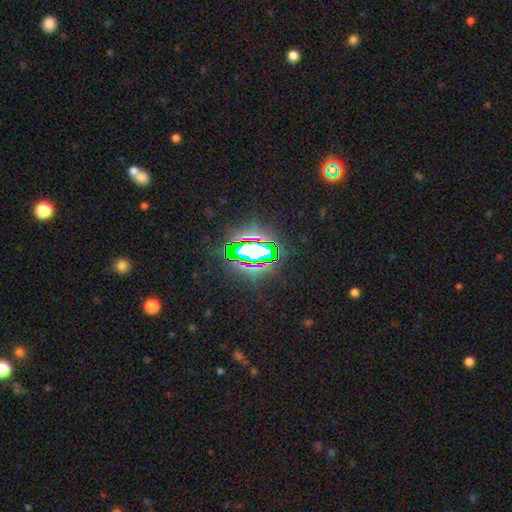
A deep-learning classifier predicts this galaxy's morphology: star or artifact 73%, smooth 15%, featured or disk 12%.